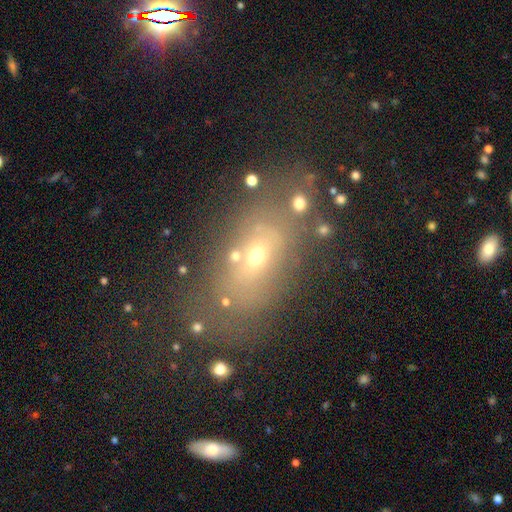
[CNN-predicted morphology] Smooth or featured? Predicted: smooth (p=0.50). How rounded? Predicted: in between (p=0.77). Merging? Predicted: none (p=0.62).